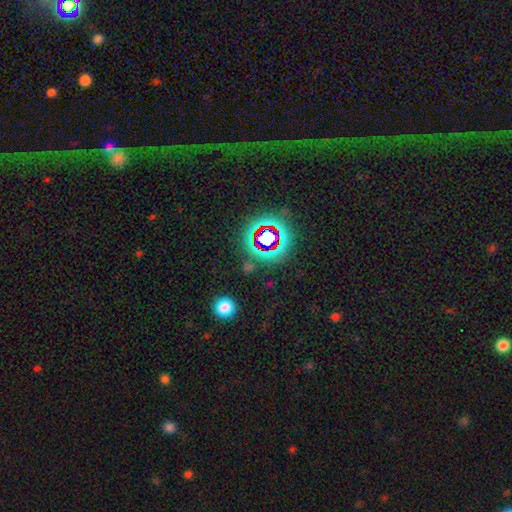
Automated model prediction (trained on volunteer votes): Smooth or featured? Predicted: star or artifact (p=0.77).